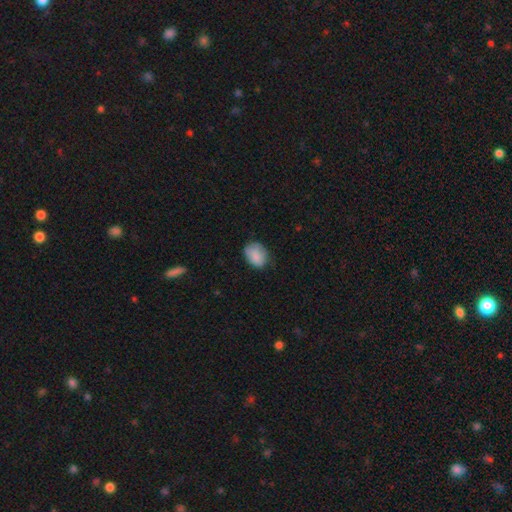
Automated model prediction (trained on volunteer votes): Q: Smooth or featured?
A: smooth (85%); runner-up: star or artifact (7%)
Q: How rounded?
A: in between (67%); runner-up: round (32%)
Q: Merging?
A: none (68%); runner-up: minor disturbance (26%)